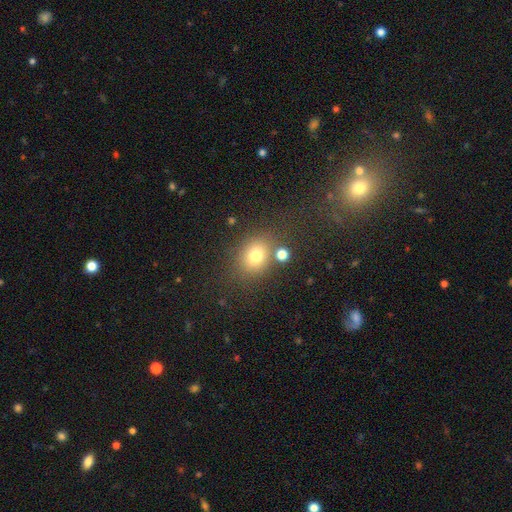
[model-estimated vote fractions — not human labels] Smooth or featured? Predicted: smooth (p=0.76). How rounded? Predicted: round (p=0.55). Merging? Predicted: none (p=0.71).